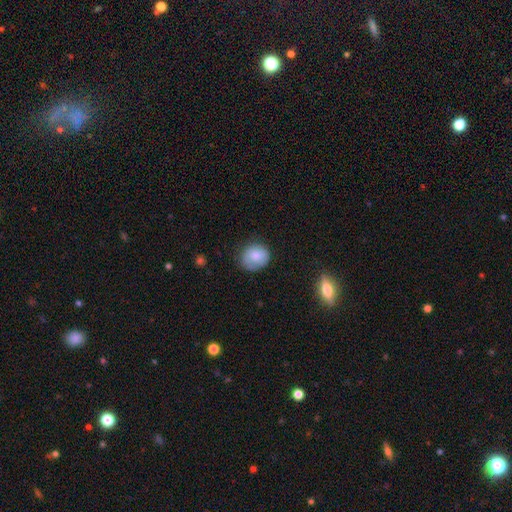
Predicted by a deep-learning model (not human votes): A smooth galaxy with no disk features (79%) that is round (75%).

Vote fractions:
- Smooth or featured? smooth: 79% / featured or disk: 13% / star or artifact: 8%
- How rounded? round: 75% / in between: 24% / cigar-shaped: 1%
- Merging? none: 70% / minor disturbance: 23% / major disturbance: 6% / merger: 1%